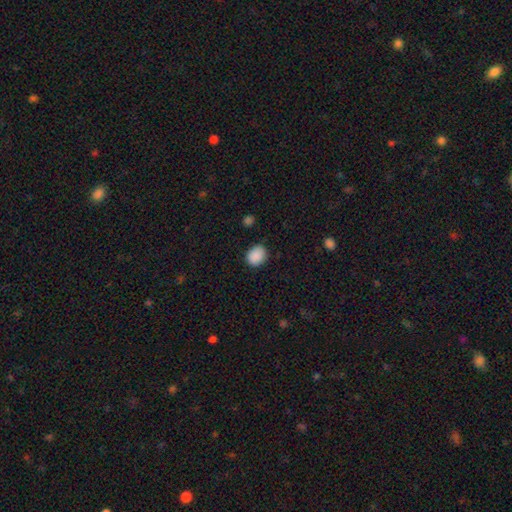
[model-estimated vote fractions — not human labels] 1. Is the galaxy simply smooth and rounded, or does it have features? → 89% smooth, 8% star or artifact, 3% featured or disk.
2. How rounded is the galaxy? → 52% round, 47% in between, 1% cigar-shaped.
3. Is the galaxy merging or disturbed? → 83% none, 12% minor disturbance, 3% major disturbance, 1% merger.